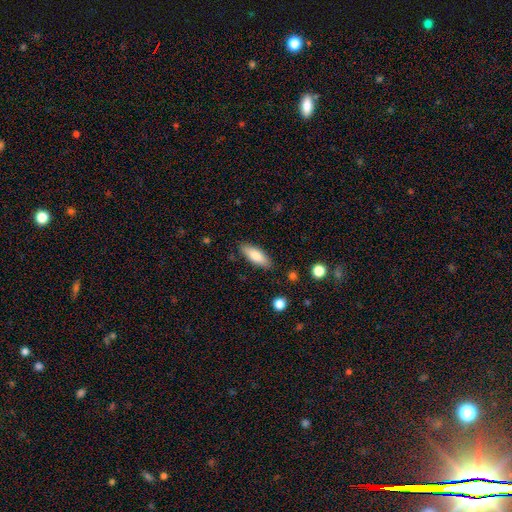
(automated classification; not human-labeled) smooth 79%, featured or disk 15%, star or artifact 6%. Down the decision tree: how rounded — in between (61%); merging — none (85%).